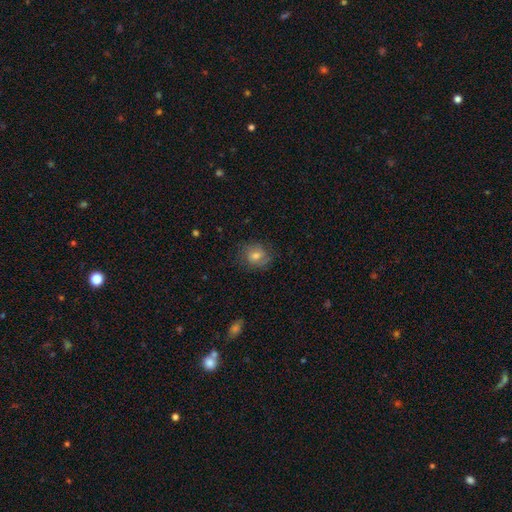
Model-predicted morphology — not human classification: type=smooth (56%); roundness=round (70%); merging=none (78%).